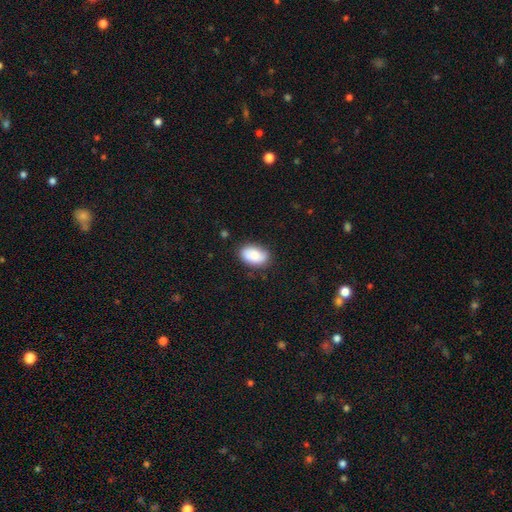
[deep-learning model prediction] smooth_or_featured: smooth (p=0.81) [alt: featured or disk p=0.12]
how_rounded: in between (p=0.91) [alt: round p=0.08]
merging: none (p=0.80) [alt: minor disturbance p=0.16]